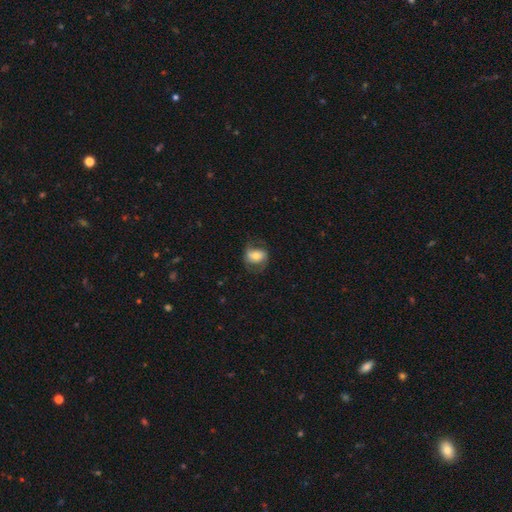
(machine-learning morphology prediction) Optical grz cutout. It shows a smooth galaxy with no disk features (53%) that is in between round and cigar-shaped (62%). Merging: none (60%).